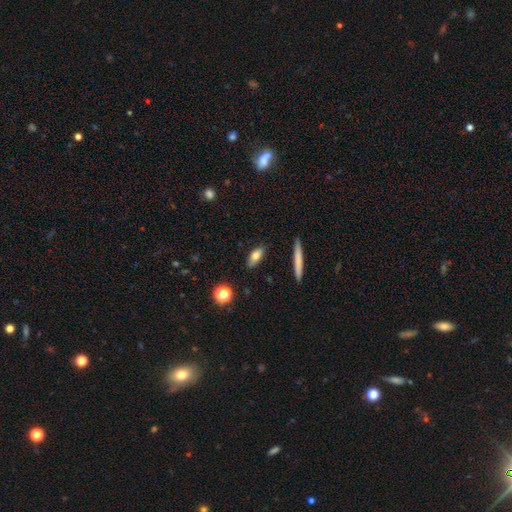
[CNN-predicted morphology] Smooth or featured: smooth — 73% (featured or disk — 19%)
How rounded: in between — 71% (cigar-shaped — 24%)
Merging: none — 86% (minor disturbance — 10%)